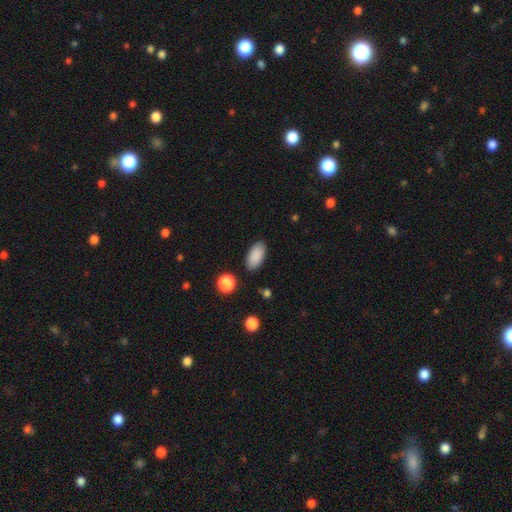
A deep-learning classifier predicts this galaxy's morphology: Smooth or featured?
  - smooth: 89% *
  - star or artifact: 7%
  - featured or disk: 4%
How rounded?
  - in between: 93% *
  - cigar-shaped: 4%
  - round: 3%
Merging?
  - none: 87% *
  - minor disturbance: 9%
  - major disturbance: 2%
  - merger: 2%